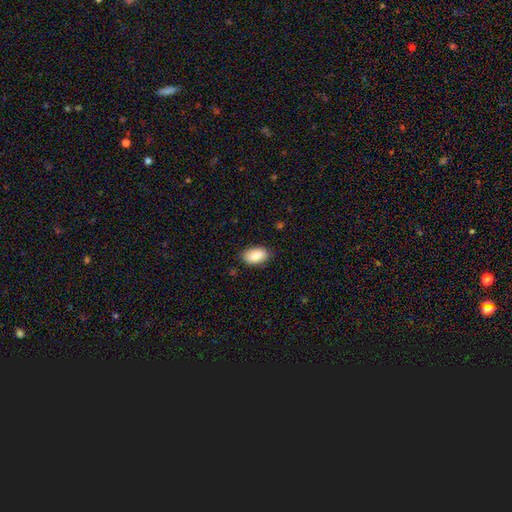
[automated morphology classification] The model was most divided on "merging": none: 85%, minor disturbance: 12%, major disturbance: 2%, merger: 1%. More confident: how rounded — in between (93%); smooth or featured — smooth (85%).